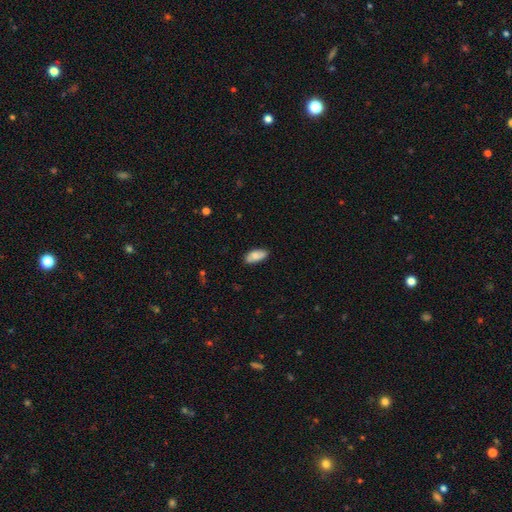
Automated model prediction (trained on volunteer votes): Morphology: type=smooth (83%); roundness=in between (90%); merging=none (83%).